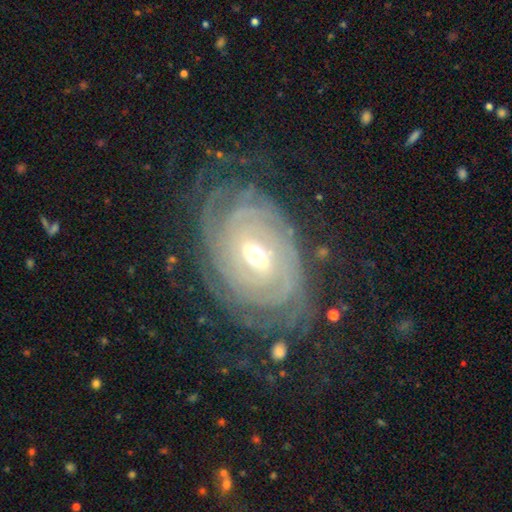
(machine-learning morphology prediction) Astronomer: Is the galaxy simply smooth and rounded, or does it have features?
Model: featured or disk — 89%.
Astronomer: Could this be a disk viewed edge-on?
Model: no — 95%.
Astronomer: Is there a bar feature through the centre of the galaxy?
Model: weak — 45% (runner-up: no, 33%).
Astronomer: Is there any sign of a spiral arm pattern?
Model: yes — 96%.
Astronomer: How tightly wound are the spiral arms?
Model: tight — 83%.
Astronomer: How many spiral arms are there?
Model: can't tell — 36% (runner-up: 4, 15%).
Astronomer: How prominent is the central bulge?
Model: moderate — 62%.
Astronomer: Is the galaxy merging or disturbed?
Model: none — 73%.